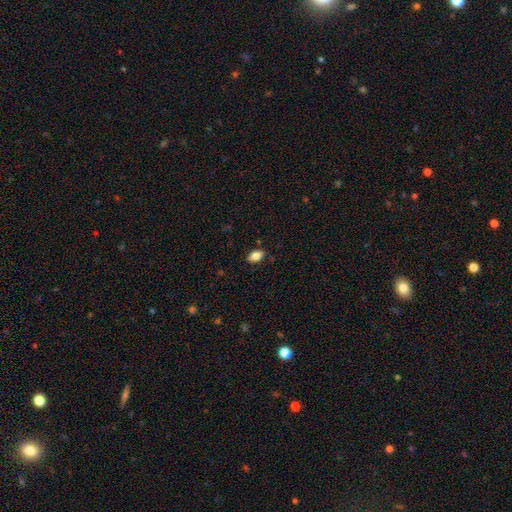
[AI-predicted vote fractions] This appears to be a smooth galaxy with no disk features (82%) that is in between round and cigar-shaped (88%). Merging: none (84%).